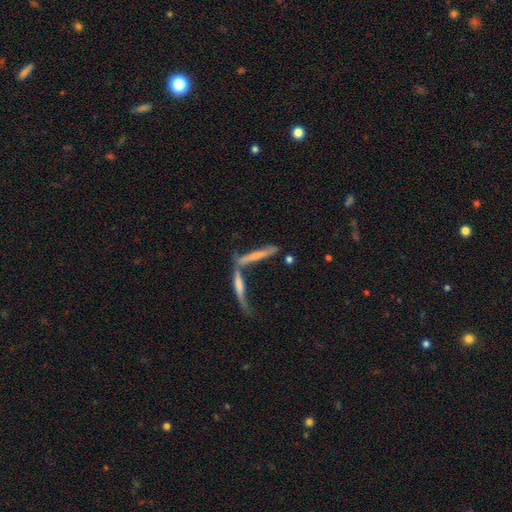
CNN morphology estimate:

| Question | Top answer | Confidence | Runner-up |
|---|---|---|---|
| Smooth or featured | smooth | 46% | featured or disk (44%) |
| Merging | merger | 43% | none (38%) |